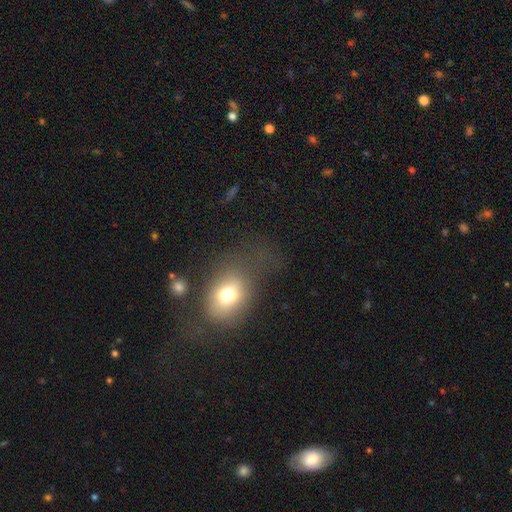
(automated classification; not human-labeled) Q: Smooth or featured?
A: smooth (61%); runner-up: star or artifact (20%)
Q: How rounded?
A: in between (63%); runner-up: round (35%)
Q: Merging?
A: none (54%); runner-up: minor disturbance (22%)